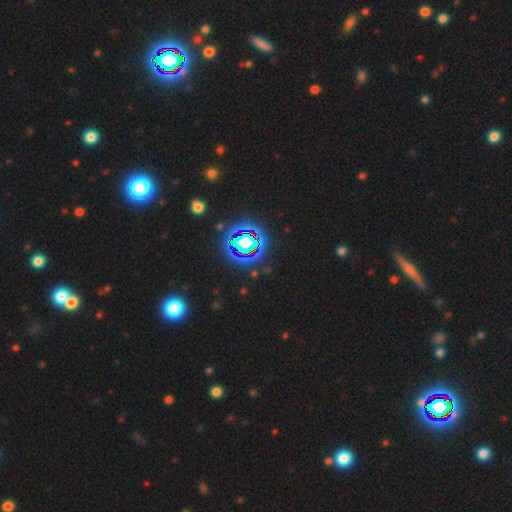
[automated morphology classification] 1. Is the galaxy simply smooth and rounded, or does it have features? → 80% star or artifact, 12% smooth, 8% featured or disk.